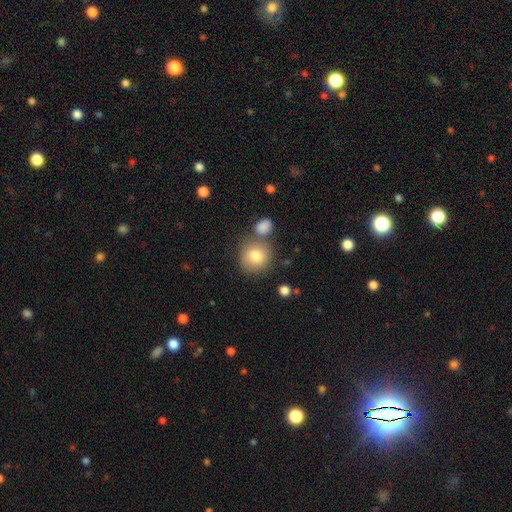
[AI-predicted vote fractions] A smooth galaxy with no disk features (81%) that is round (87%). Merging: none (68%).